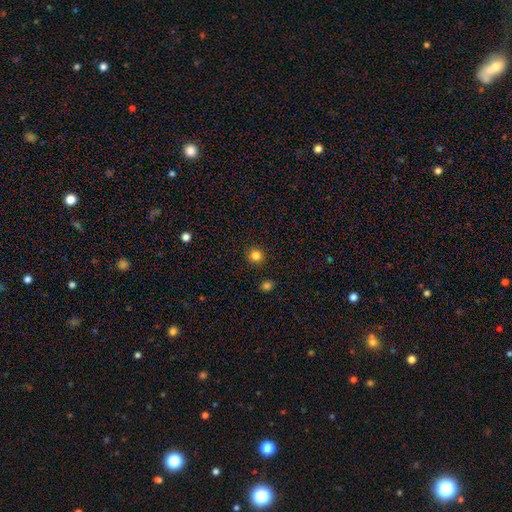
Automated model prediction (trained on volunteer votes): smooth_or_featured: smooth (p=0.83) [alt: star or artifact p=0.12]
how_rounded: round (p=0.92) [alt: in between p=0.07]
merging: none (p=0.91) [alt: minor disturbance p=0.06]